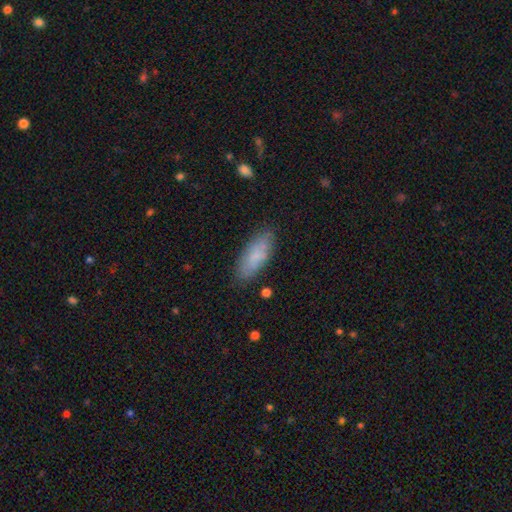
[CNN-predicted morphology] Smooth or featured? smooth (78%)
How rounded? in between (69%)
Merging? none (83%)